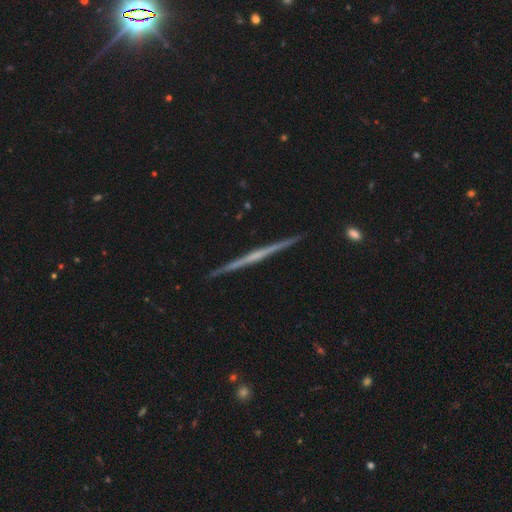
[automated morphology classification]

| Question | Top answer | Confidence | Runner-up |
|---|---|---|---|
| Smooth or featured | featured or disk | 76% | smooth (18%) |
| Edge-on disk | yes | 98% | no (2%) |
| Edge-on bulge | none | 66% | rounded (25%) |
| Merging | none | 93% | minor disturbance (5%) |